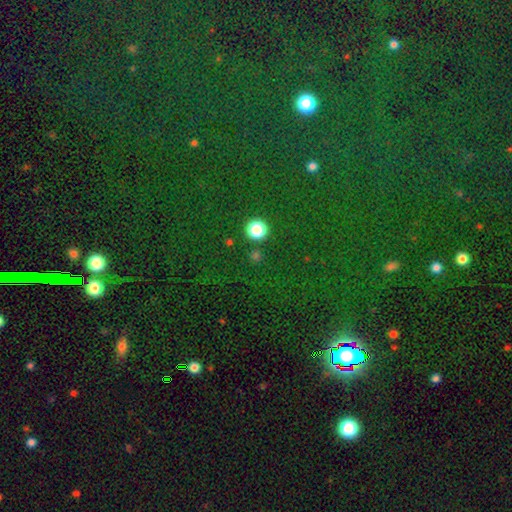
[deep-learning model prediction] A smooth galaxy with no disk features (66%) that is round (89%).

Vote fractions:
- Smooth or featured? smooth: 66% / star or artifact: 30% / featured or disk: 5%
- How rounded? round: 89% / in between: 10% / cigar-shaped: 1%
- Merging? none: 88% / minor disturbance: 6% / merger: 3% / major disturbance: 3%